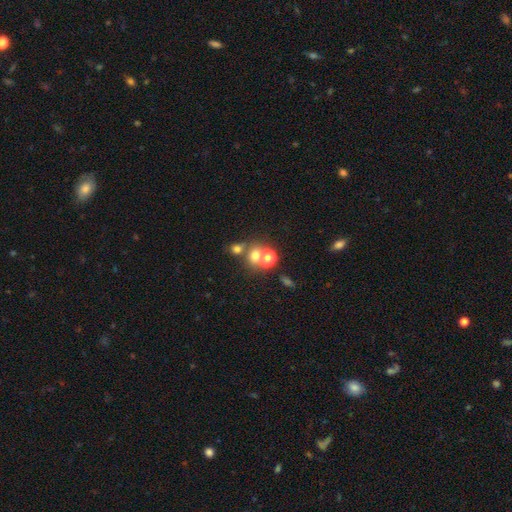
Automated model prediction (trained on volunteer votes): This is likely a smooth galaxy (63%). How rounded: likely round (71%). Merging: possibly none (46%).